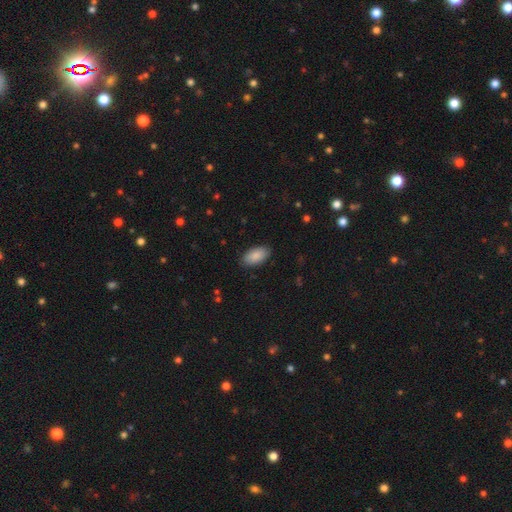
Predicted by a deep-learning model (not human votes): Q: Smooth or featured?
A: smooth (89%); runner-up: star or artifact (6%)
Q: How rounded?
A: in between (95%); runner-up: round (2%)
Q: Merging?
A: none (87%); runner-up: minor disturbance (10%)